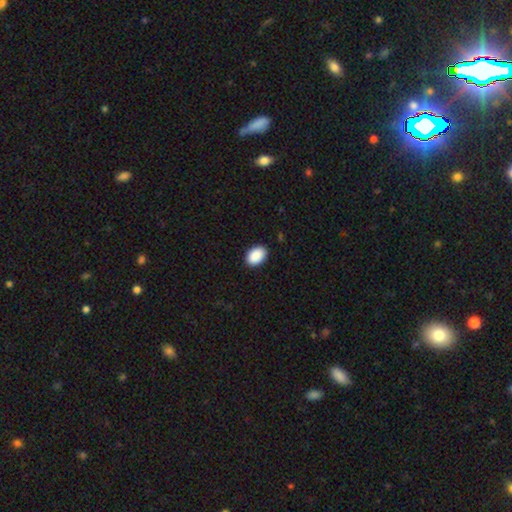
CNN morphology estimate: Overall: smooth (91%). How rounded: in between (88%). Merging: none (89%).